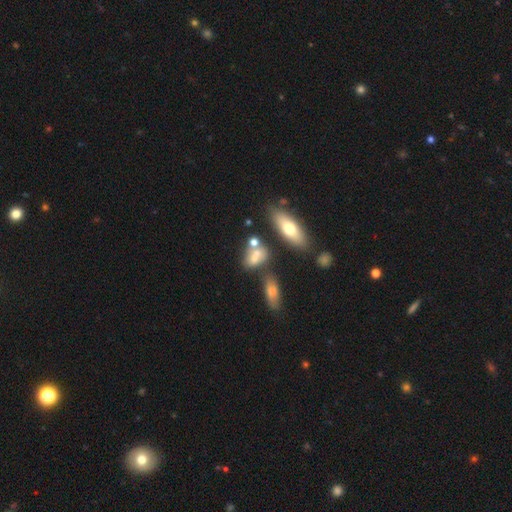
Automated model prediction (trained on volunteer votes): A smooth galaxy with no disk features (63%) that is in between round and cigar-shaped (68%).

Vote fractions:
- Smooth or featured? smooth: 63% / featured or disk: 23% / star or artifact: 14%
- How rounded? in between: 68% / round: 25% / cigar-shaped: 7%
- Merging? none: 39% / merger: 35% / minor disturbance: 16% / major disturbance: 10%